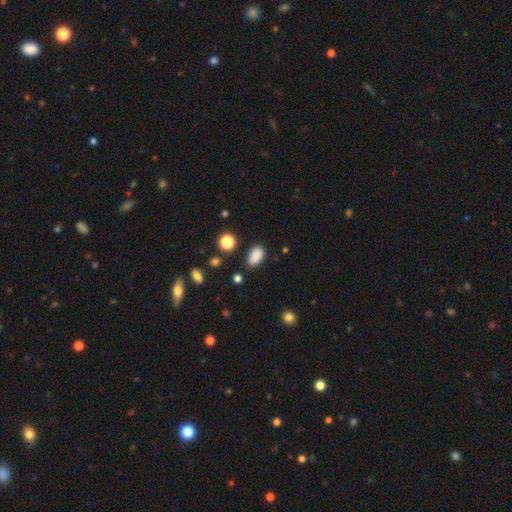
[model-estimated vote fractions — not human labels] Smooth or featured?
  - smooth: 87% *
  - star or artifact: 9%
  - featured or disk: 4%
How rounded?
  - in between: 91% *
  - round: 7%
  - cigar-shaped: 2%
Merging?
  - none: 83% *
  - minor disturbance: 12%
  - major disturbance: 3%
  - merger: 2%